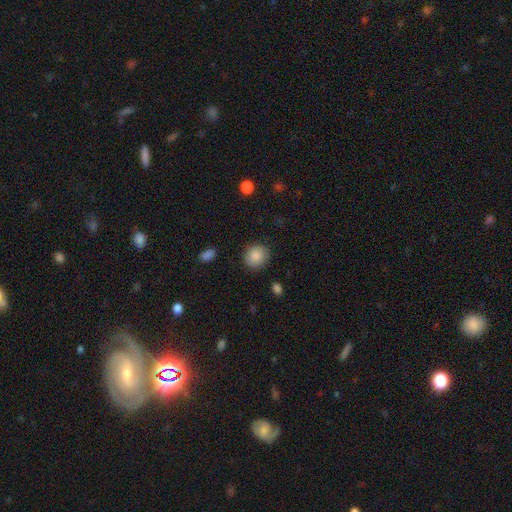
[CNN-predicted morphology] Smooth or featured? smooth (86%)
How rounded? round (84%)
Merging? none (87%)